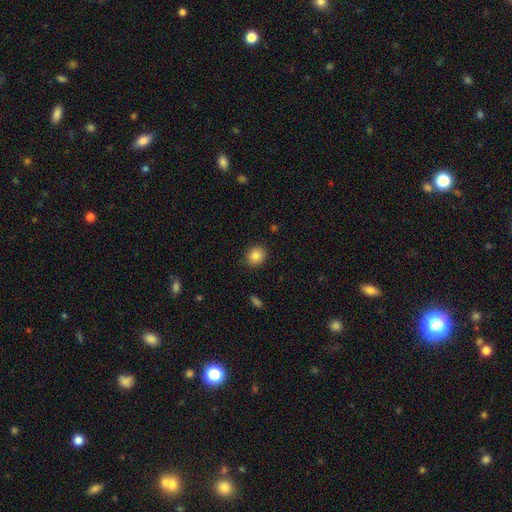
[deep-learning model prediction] The model was most divided on "how rounded": round: 66%, in between: 33%, cigar-shaped: 1%. More confident: merging — none (87%); smooth or featured — smooth (85%).